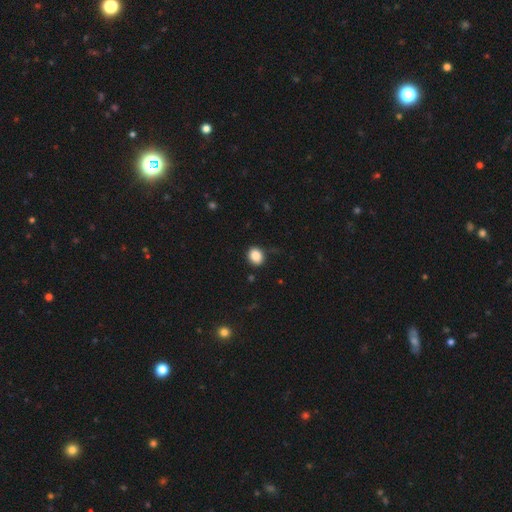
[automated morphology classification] A smooth galaxy with no disk features (87%) that is round (58%).

Vote fractions:
- Smooth or featured? smooth: 87% / star or artifact: 9% / featured or disk: 4%
- How rounded? round: 58% / in between: 41% / cigar-shaped: 1%
- Merging? none: 85% / minor disturbance: 11% / major disturbance: 3% / merger: 1%